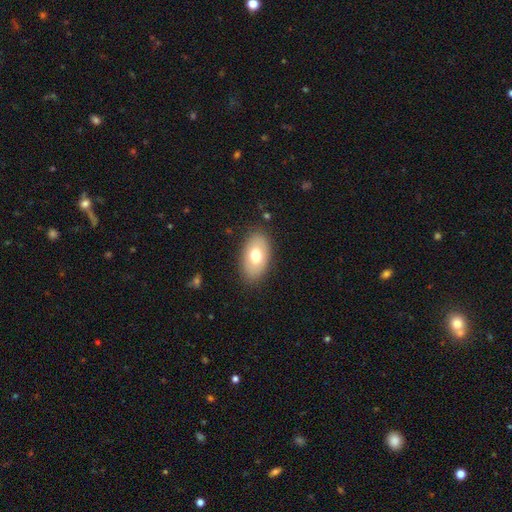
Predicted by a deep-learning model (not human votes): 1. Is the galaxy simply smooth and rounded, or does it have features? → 69% smooth, 24% featured or disk, 7% star or artifact.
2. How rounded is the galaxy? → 92% in between, 6% round, 2% cigar-shaped.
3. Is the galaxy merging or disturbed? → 84% none, 11% minor disturbance, 3% major disturbance, 1% merger.